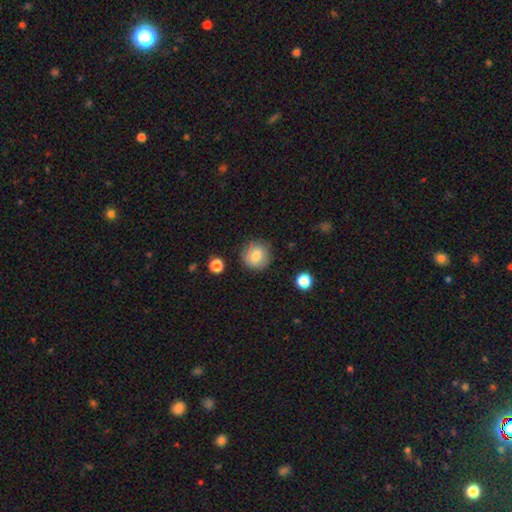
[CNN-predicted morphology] Smooth or featured? Predicted: smooth (p=0.81). How rounded? Predicted: round (p=0.89). Merging? Predicted: none (p=0.82).